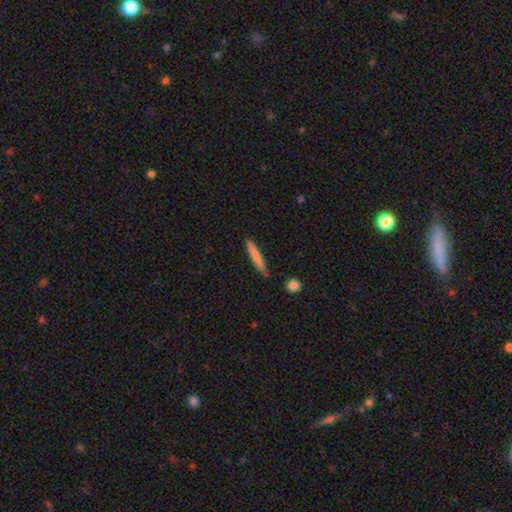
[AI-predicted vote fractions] Smooth or featured: smooth — 77% (featured or disk — 17%)
How rounded: cigar-shaped — 94% (in between — 4%)
Merging: none — 82% (minor disturbance — 14%)